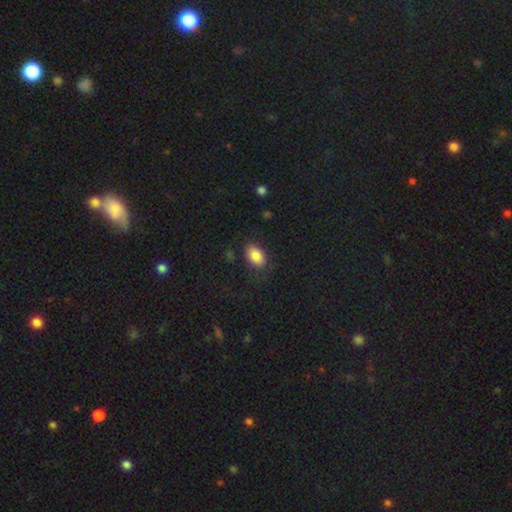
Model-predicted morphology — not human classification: This appears to be a smooth galaxy with no disk features (86%) that is in between round and cigar-shaped (88%). Merging: none (79%).